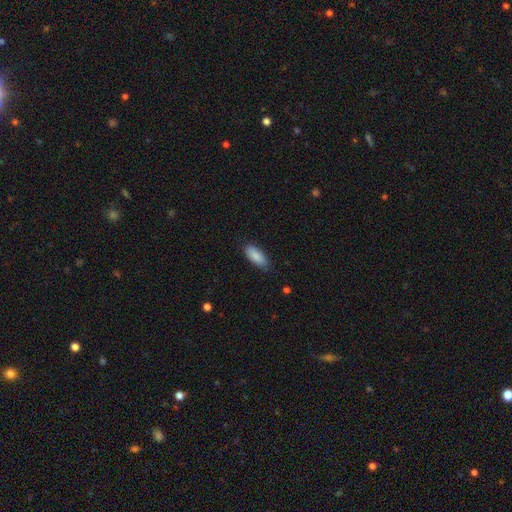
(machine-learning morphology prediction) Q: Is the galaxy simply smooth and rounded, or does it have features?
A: smooth — 87%.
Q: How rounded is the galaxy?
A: in between — 84%.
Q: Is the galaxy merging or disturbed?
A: none — 82%.